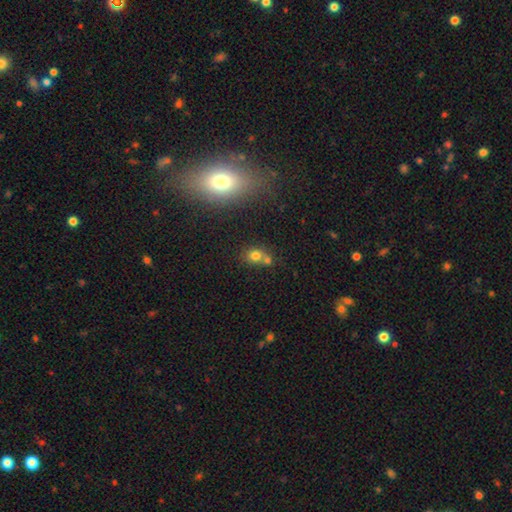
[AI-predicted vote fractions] The model was most divided on "merging": merger: 44%, none: 43%, minor disturbance: 10%, major disturbance: 4%. More confident: smooth or featured — smooth (73%); how rounded — round (67%).